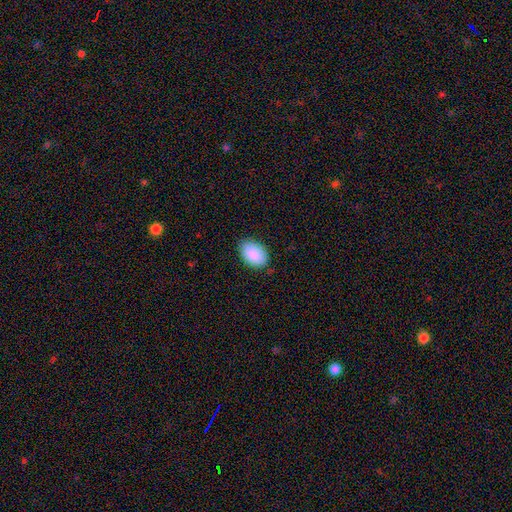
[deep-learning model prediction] Overall: smooth (90%). How rounded: in between (90%). Merging: none (83%).